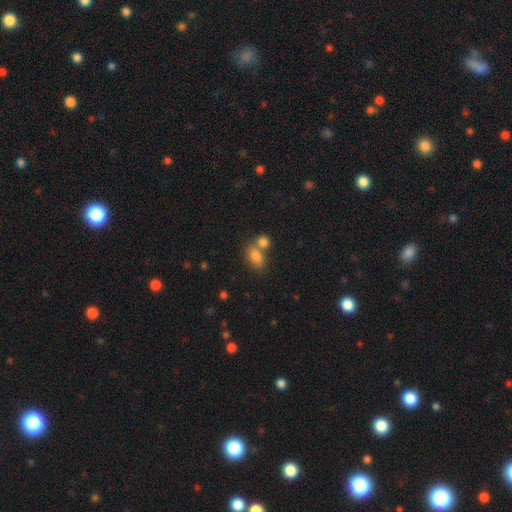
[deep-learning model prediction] This is clearly a smooth galaxy (83%). How rounded: clearly in between (85%). Merging: marginally merger (43%).